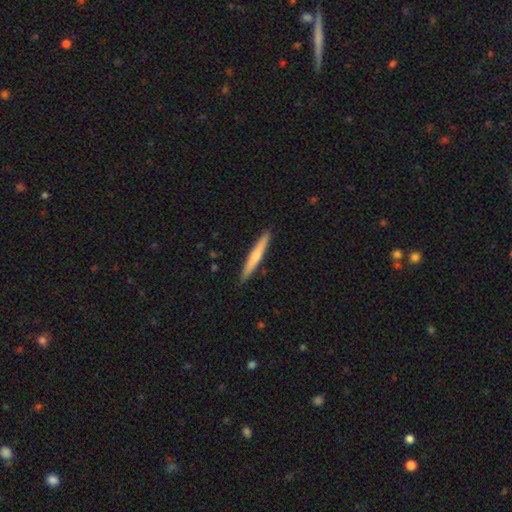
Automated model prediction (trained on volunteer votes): Smooth or featured? smooth (58%)
How rounded? cigar-shaped (96%)
Merging? none (91%)